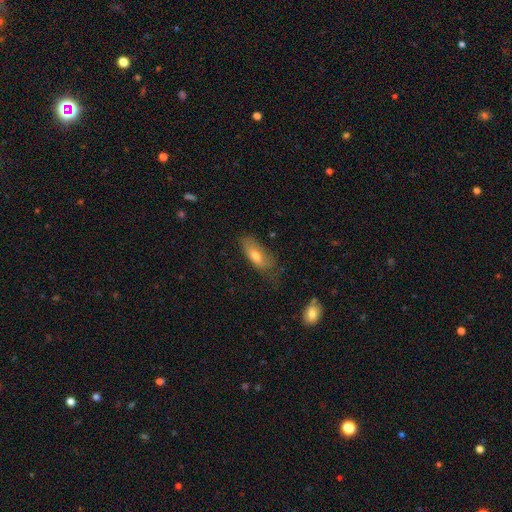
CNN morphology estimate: Smooth or featured: smooth — 68% (featured or disk — 24%)
How rounded: in between — 72% (cigar-shaped — 25%)
Merging: none — 54% (minor disturbance — 31%)